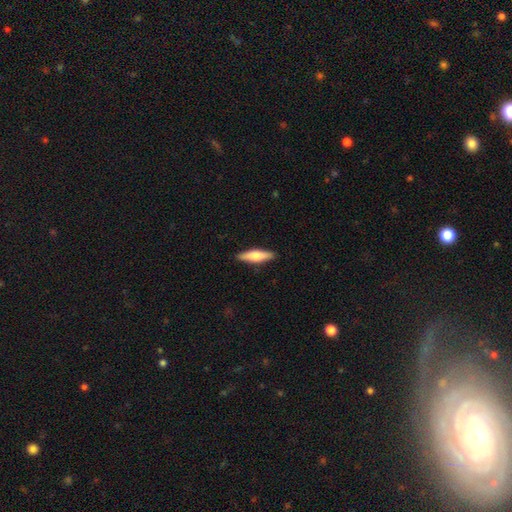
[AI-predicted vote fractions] This appears to be a smooth galaxy with no disk features (60%) that is cigar-shaped (68%). Merging: none (90%).